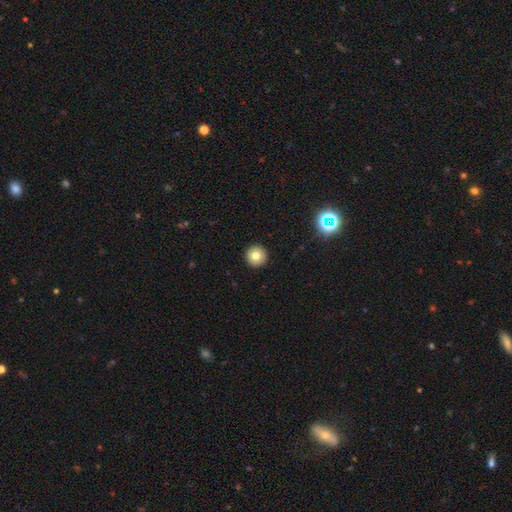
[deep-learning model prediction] Q: Smooth or featured?
A: smooth (78%); runner-up: star or artifact (11%)
Q: How rounded?
A: round (97%); runner-up: in between (2%)
Q: Merging?
A: none (93%); runner-up: minor disturbance (4%)